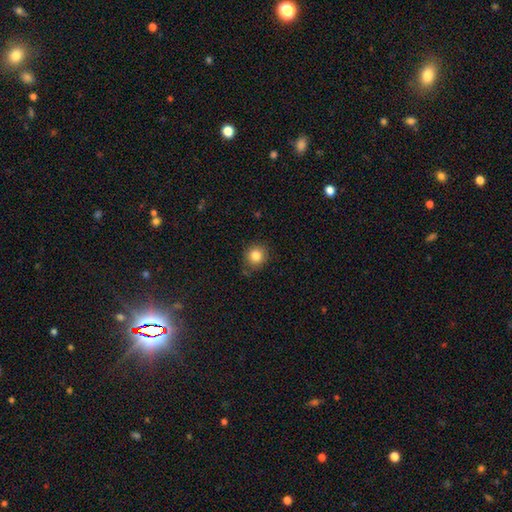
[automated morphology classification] Smooth or featured?
  - smooth: 83% *
  - star or artifact: 11%
  - featured or disk: 6%
How rounded?
  - round: 89% *
  - in between: 10%
  - cigar-shaped: 1%
Merging?
  - none: 82% *
  - minor disturbance: 13%
  - major disturbance: 3%
  - merger: 2%